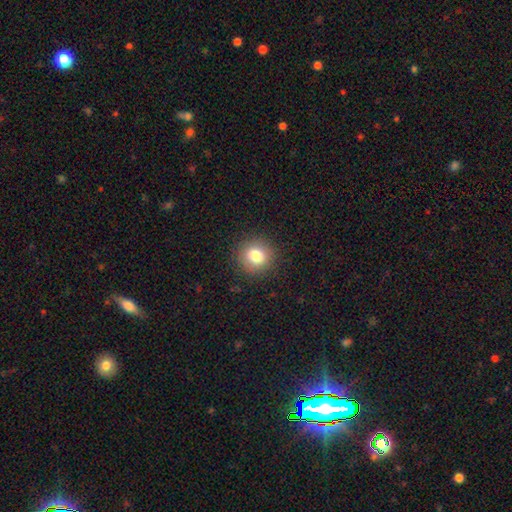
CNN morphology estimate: This appears to be a smooth galaxy with no disk features (81%) that is round (88%). Merging: none (90%).